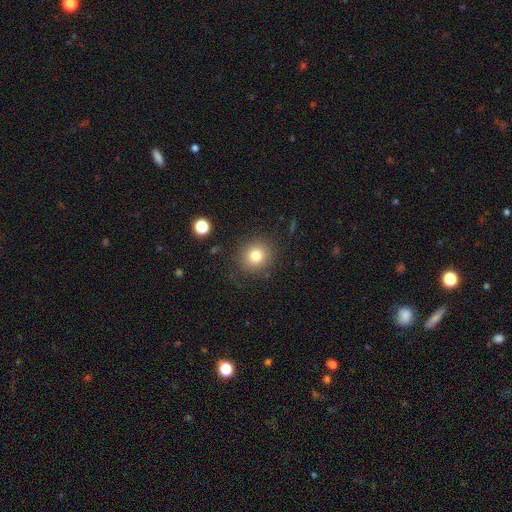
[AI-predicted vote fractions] This appears to be a smooth galaxy with no disk features (78%) that is round (88%). Merging: none (86%).